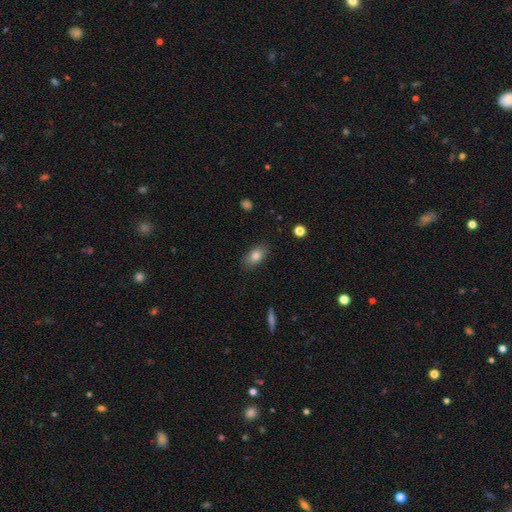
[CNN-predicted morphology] The model was most divided on "smooth or featured": smooth: 81%, featured or disk: 11%, star or artifact: 8%. More confident: how rounded — in between (88%); merging — none (85%).